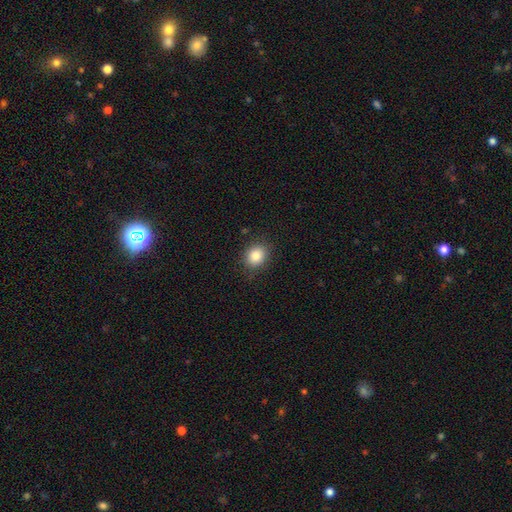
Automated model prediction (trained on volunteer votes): Smooth or featured? Predicted: smooth (p=0.85). How rounded? Predicted: round (p=0.61). Merging? Predicted: none (p=0.86).